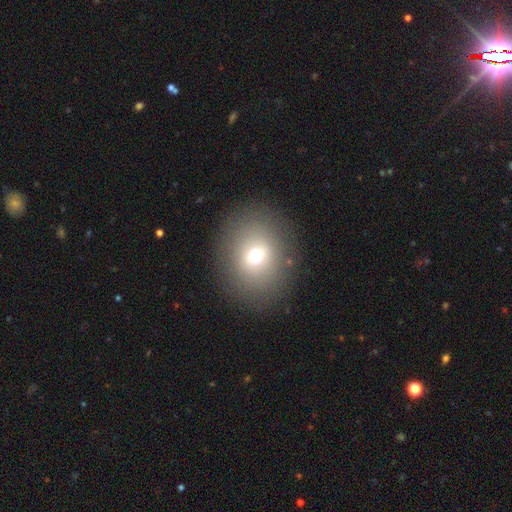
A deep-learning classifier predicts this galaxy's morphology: Smooth or featured: smooth — 68% (star or artifact — 16%)
How rounded: round — 66% (in between — 33%)
Merging: none — 84% (minor disturbance — 9%)